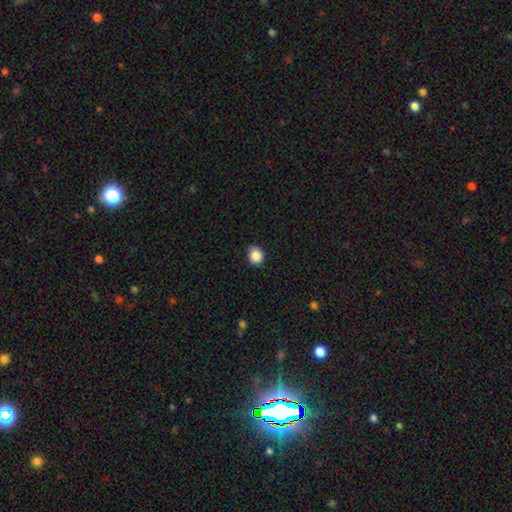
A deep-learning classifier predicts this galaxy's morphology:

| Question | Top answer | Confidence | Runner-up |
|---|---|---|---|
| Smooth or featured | smooth | 87% | star or artifact (9%) |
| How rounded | round | 60% | in between (39%) |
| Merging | none | 88% | minor disturbance (9%) |